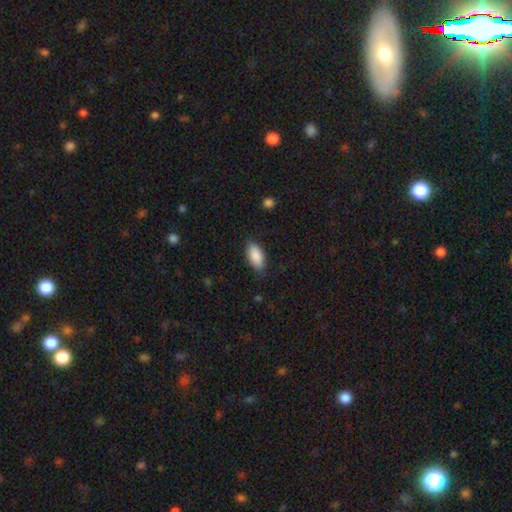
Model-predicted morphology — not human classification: Smooth or featured?
  - smooth: 89% *
  - star or artifact: 6%
  - featured or disk: 5%
How rounded?
  - in between: 90% *
  - cigar-shaped: 8%
  - round: 2%
Merging?
  - none: 83% *
  - minor disturbance: 13%
  - major disturbance: 3%
  - merger: 1%